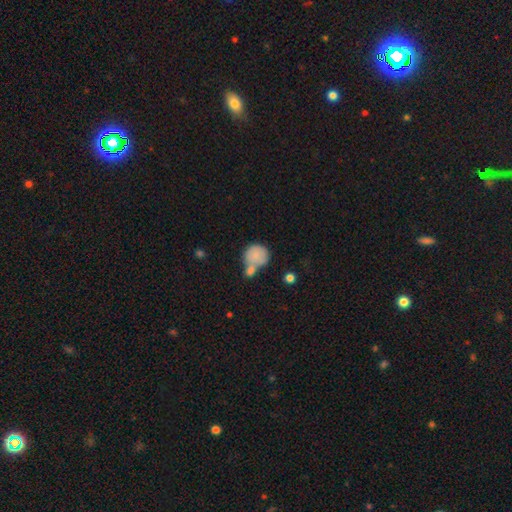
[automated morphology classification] This appears to be a smooth galaxy with no disk features (81%) that is round (83%). Merging: merger (43%).